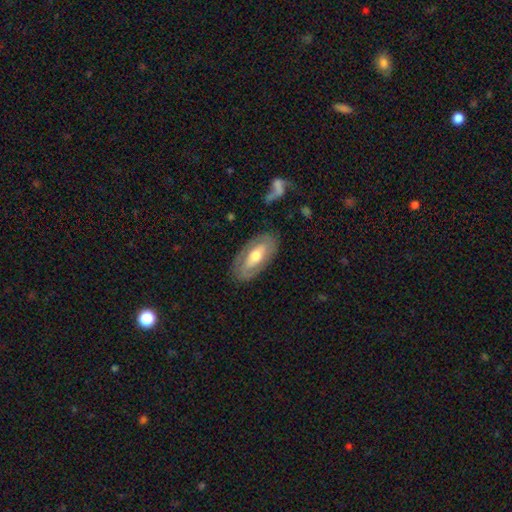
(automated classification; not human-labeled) A featured or disk galaxy (55%). Merging: none (80%).